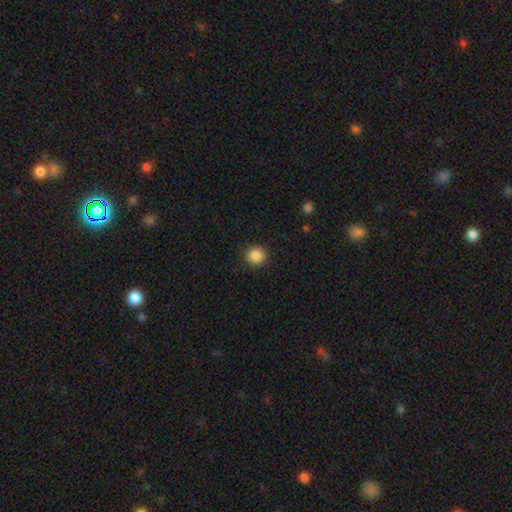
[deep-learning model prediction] This is clearly a smooth galaxy (86%). How rounded: clearly round (93%). Merging: clearly none (92%).